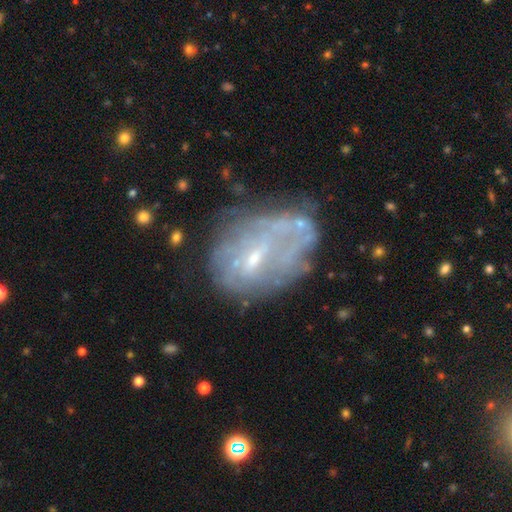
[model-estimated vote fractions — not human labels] This appears to be a featured or disk galaxy (64%) with no bar (44%, tied with weak), no spiral arms (66%) and a small central bulge (58%). Merging: none (43%).